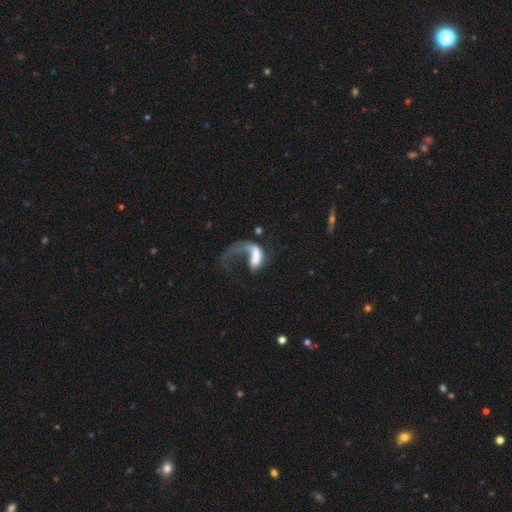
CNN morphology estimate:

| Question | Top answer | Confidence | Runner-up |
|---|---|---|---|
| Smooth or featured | featured or disk | 55% | smooth (37%) |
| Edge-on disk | no | 94% | yes (6%) |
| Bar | no | 59% | weak (27%) |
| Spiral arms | yes | 67% | no (33%) |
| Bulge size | moderate | 28% | none (24%) |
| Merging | major disturbance | 60% | none (17%) |